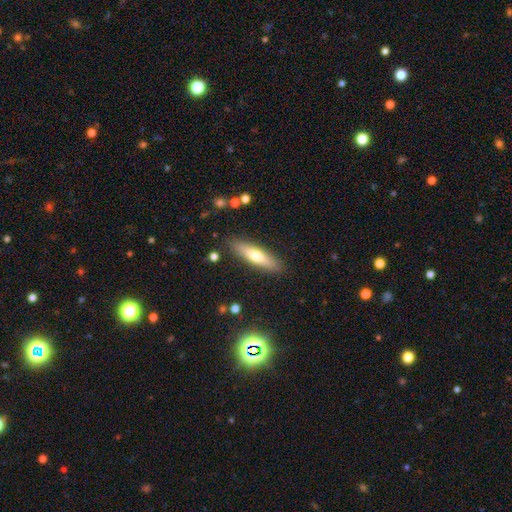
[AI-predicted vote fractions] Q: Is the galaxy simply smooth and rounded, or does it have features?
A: smooth — 62%.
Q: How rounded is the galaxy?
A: cigar-shaped — 70%.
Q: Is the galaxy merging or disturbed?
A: none — 88%.